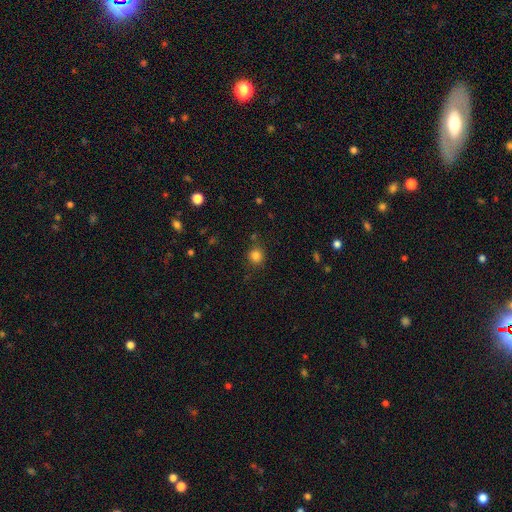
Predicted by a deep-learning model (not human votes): Smooth or featured?
  - smooth: 83% *
  - star or artifact: 13%
  - featured or disk: 4%
How rounded?
  - round: 89% *
  - in between: 10%
  - cigar-shaped: 1%
Merging?
  - none: 82% *
  - minor disturbance: 11%
  - merger: 4%
  - major disturbance: 3%